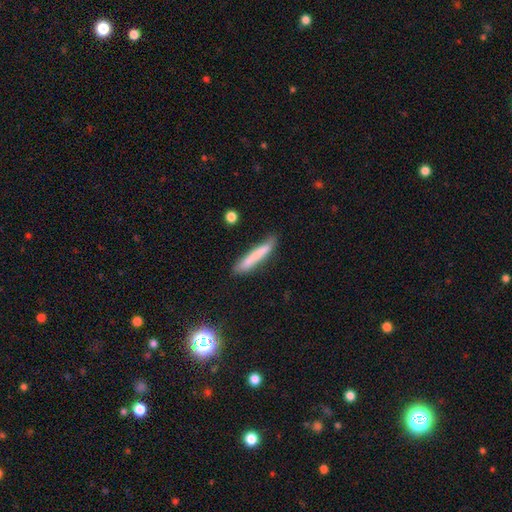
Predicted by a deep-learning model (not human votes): Smooth or featured? smooth (73%)
How rounded? cigar-shaped (94%)
Merging? none (79%)